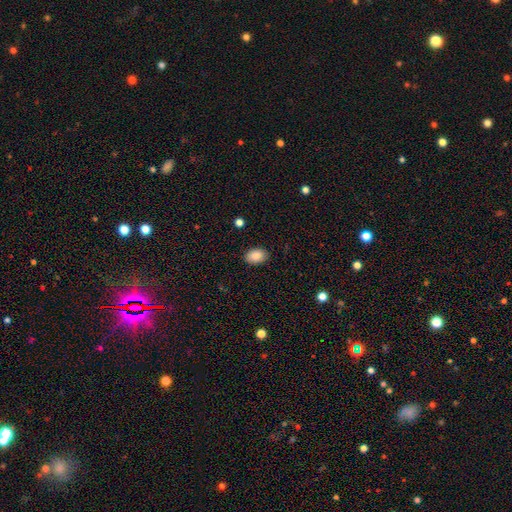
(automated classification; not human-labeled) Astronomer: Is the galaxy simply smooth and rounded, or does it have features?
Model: smooth — 89%.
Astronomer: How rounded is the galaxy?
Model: in between — 88%.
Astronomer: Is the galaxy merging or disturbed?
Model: none — 88%.